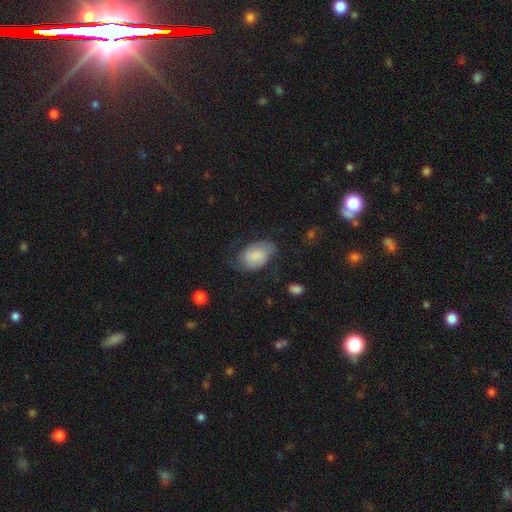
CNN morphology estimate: Q: Smooth or featured?
A: smooth (48%); runner-up: featured or disk (43%)
Q: Merging?
A: none (54%); runner-up: minor disturbance (25%)